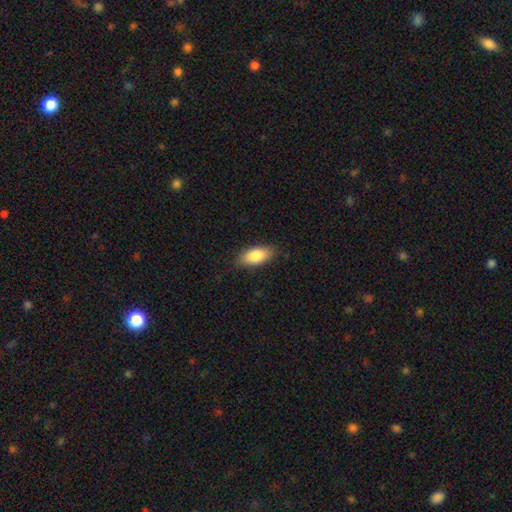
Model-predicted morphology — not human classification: The model was most divided on "smooth or featured": smooth: 83%, featured or disk: 10%, star or artifact: 6%. More confident: how rounded — in between (87%); merging — none (85%).